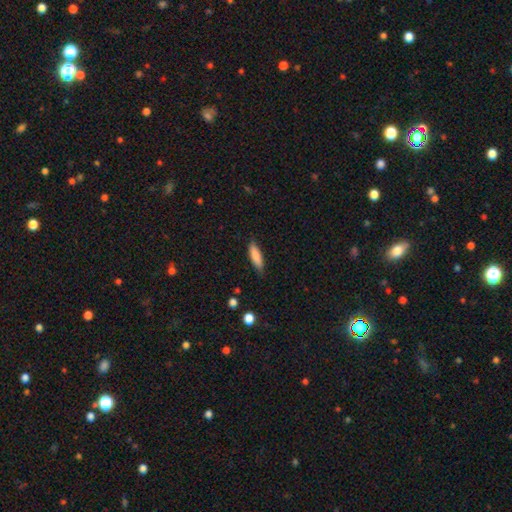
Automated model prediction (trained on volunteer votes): This is clearly a smooth galaxy (84%). How rounded: possibly cigar-shaped (57%). Merging: clearly none (82%).